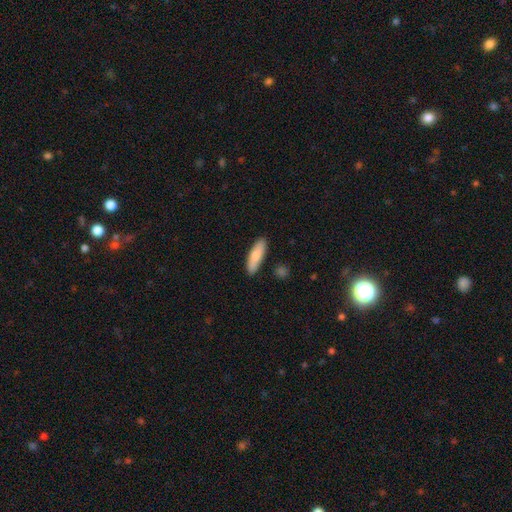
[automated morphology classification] Q: Smooth or featured?
A: smooth (82%); runner-up: featured or disk (12%)
Q: How rounded?
A: cigar-shaped (52%); runner-up: in between (46%)
Q: Merging?
A: none (84%); runner-up: minor disturbance (11%)